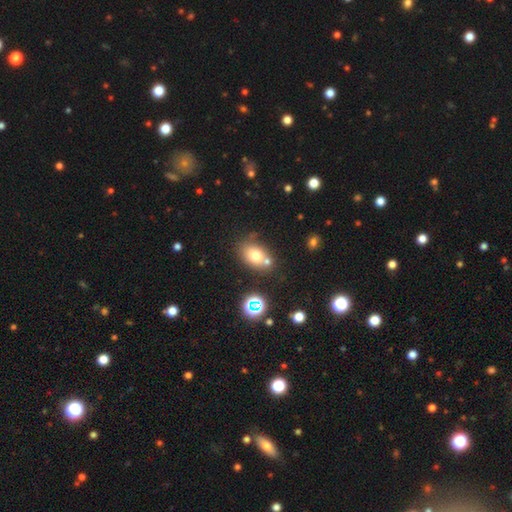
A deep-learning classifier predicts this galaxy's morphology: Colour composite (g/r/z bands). It shows a smooth galaxy with no disk features (70%) that is in between round and cigar-shaped (73%). Merging: none (59%).